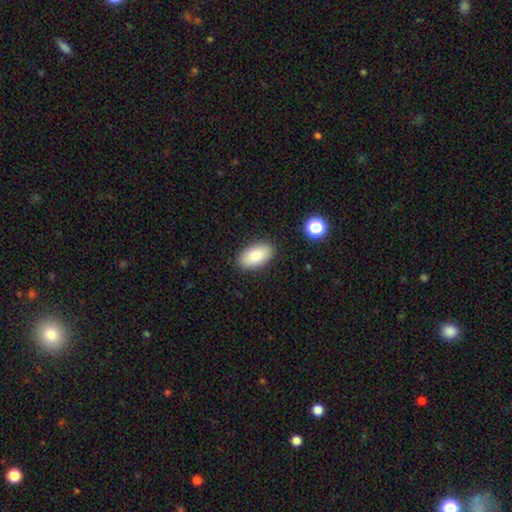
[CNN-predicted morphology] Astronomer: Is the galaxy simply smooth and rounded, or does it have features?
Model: smooth — 86%.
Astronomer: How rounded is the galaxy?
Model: in between — 95%.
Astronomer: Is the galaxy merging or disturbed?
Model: none — 88%.